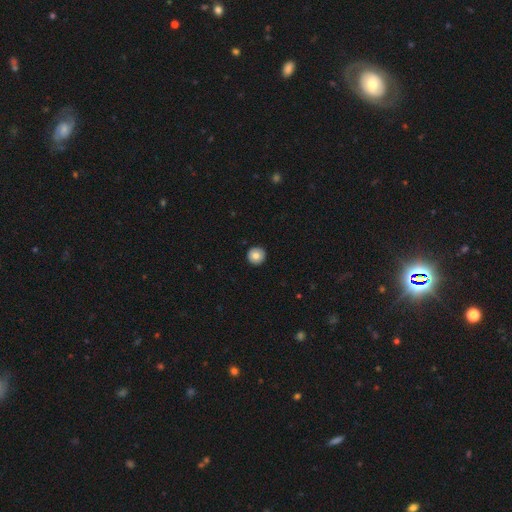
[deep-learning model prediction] smooth 78%, featured or disk 14%, star or artifact 8%. Down the decision tree: how rounded — round (96%); merging — none (93%).